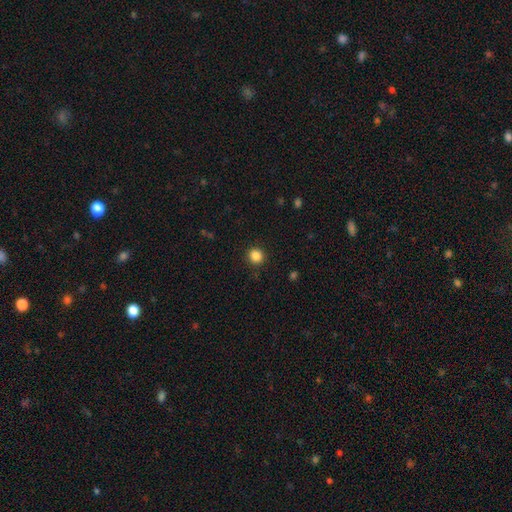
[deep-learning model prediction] Smooth or featured? Predicted: smooth (p=0.86). How rounded? Predicted: round (p=0.90). Merging? Predicted: none (p=0.91).